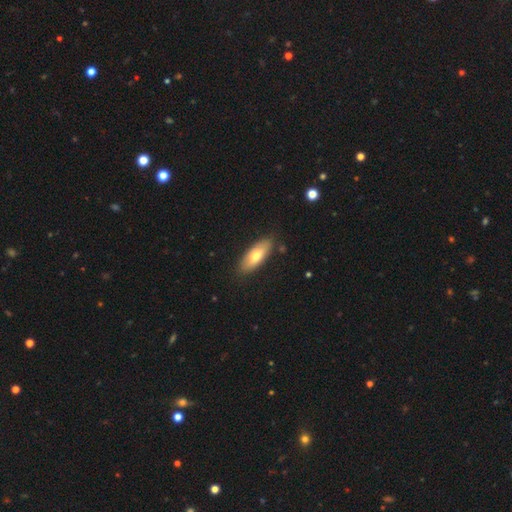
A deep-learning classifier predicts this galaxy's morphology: smooth-or-featured: smooth: 69% | featured or disk: 25% | star or artifact: 6%
  how-rounded: in between: 74% | cigar-shaped: 24% | round: 2%
  merging: none: 85% | minor disturbance: 11% | major disturbance: 2% | merger: 2%